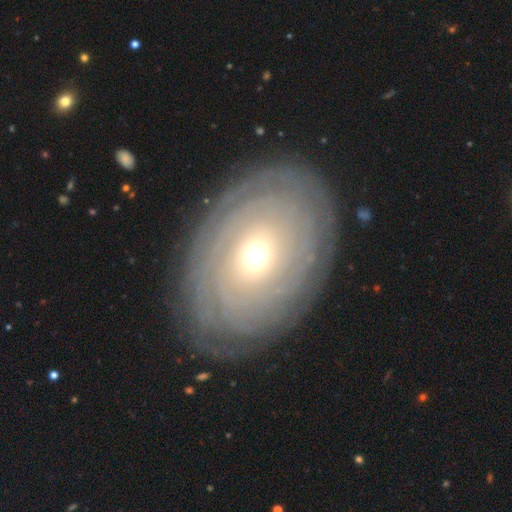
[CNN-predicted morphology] Q: Smooth or featured?
A: featured or disk (75%); runner-up: smooth (18%)
Q: Edge-on disk?
A: no (95%); runner-up: yes (5%)
Q: Bar?
A: no (79%); runner-up: weak (15%)
Q: Spiral arms?
A: yes (81%); runner-up: no (19%)
Q: Spiral winding?
A: tight (88%); runner-up: medium (8%)
Q: Spiral arm count?
A: can't tell (53%); runner-up: more than 4 (14%)
Q: Bulge size?
A: small (48%); runner-up: moderate (47%)
Q: Merging?
A: none (84%); runner-up: minor disturbance (11%)